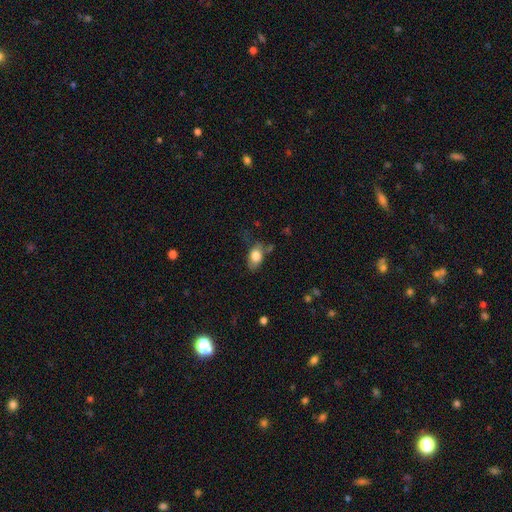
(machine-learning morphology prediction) smooth 80%, featured or disk 13%, star or artifact 8%. Down the decision tree: how rounded — in between (84%); merging — none (53%).